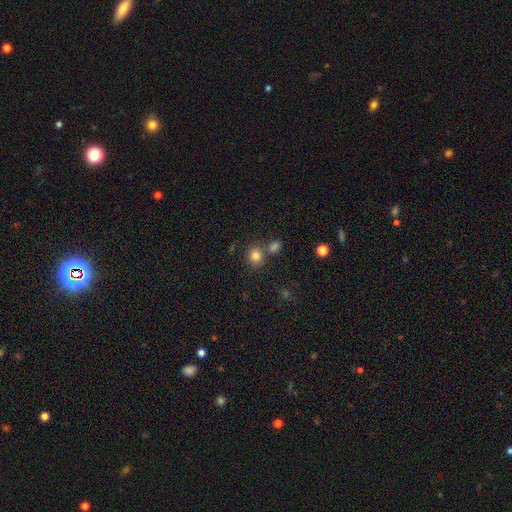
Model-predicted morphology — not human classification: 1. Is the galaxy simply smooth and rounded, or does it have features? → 81% smooth, 12% star or artifact, 6% featured or disk.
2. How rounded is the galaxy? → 78% round, 21% in between, 1% cigar-shaped.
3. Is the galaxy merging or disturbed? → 71% none, 16% merger, 10% minor disturbance, 3% major disturbance.